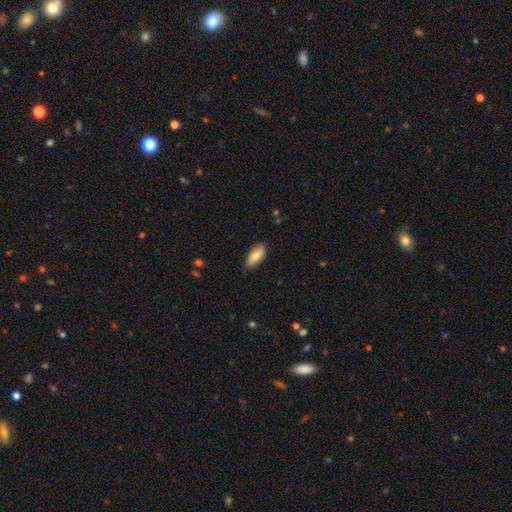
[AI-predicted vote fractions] Smooth or featured?
  - smooth: 78% *
  - featured or disk: 15%
  - star or artifact: 6%
How rounded?
  - in between: 82% *
  - cigar-shaped: 16%
  - round: 2%
Merging?
  - none: 81% *
  - minor disturbance: 15%
  - major disturbance: 2%
  - merger: 1%